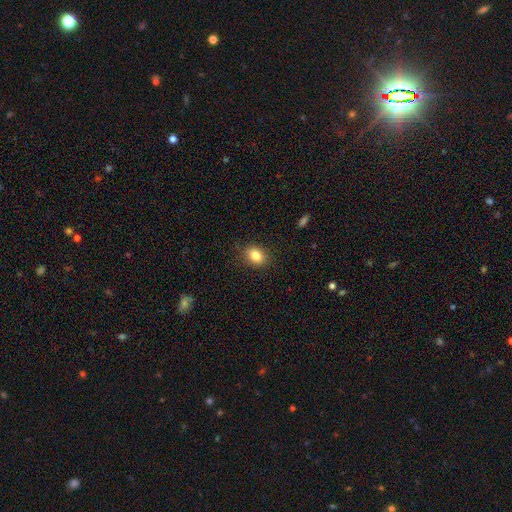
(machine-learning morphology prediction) This is clearly a smooth galaxy (83%). How rounded: likely in between (65%). Merging: clearly none (86%).